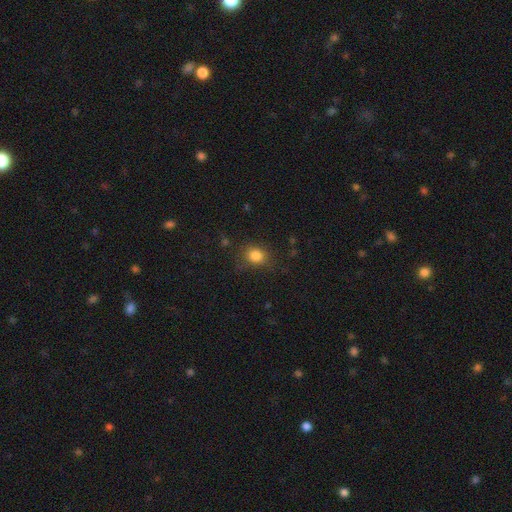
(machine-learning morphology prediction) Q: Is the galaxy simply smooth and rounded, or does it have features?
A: smooth — 82%.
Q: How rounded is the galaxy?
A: round — 64%.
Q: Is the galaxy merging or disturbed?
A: none — 74%.